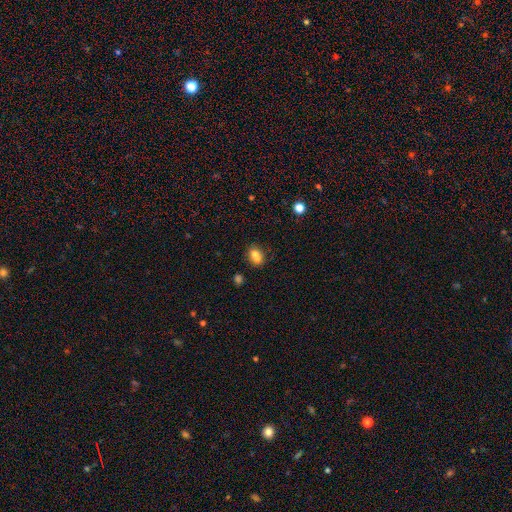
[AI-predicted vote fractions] A smooth galaxy with no disk features (74%) that is in between round and cigar-shaped (59%).

Vote fractions:
- Smooth or featured? smooth: 74% / featured or disk: 14% / star or artifact: 12%
- How rounded? in between: 59% / round: 39% / cigar-shaped: 2%
- Merging? none: 47% / merger: 34% / minor disturbance: 14% / major disturbance: 5%